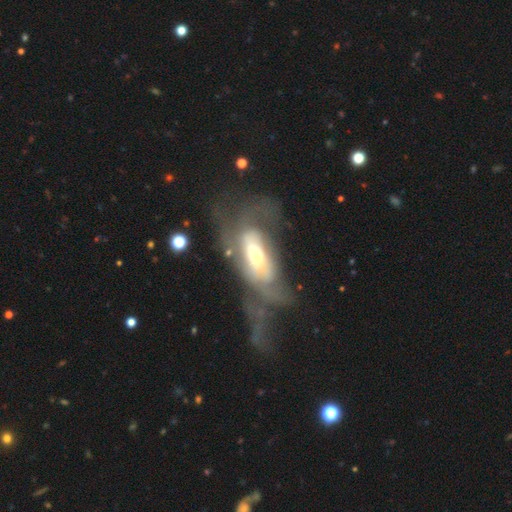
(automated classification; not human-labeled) Overall: featured or disk (63%; smooth 30%). Edge-on disk: no (86%). Bar: no (61%; weak 25%). Spiral arms: yes (50%, tied with no). Bulge size: moderate (56%; small 20%). Merging: major disturbance (56%; none 20%).